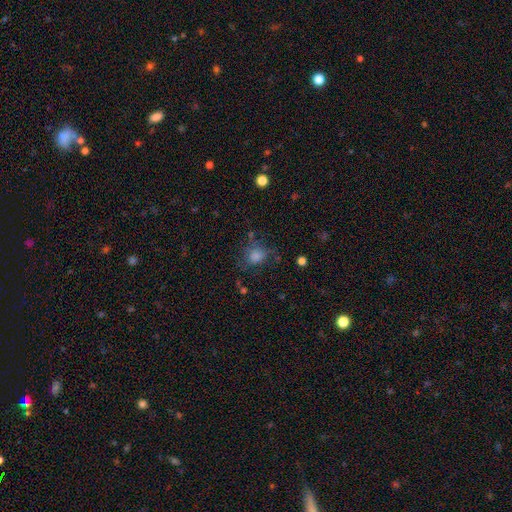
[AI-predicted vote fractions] This appears to be a smooth galaxy with no disk features (67%) that is round (66%). Merging: none (60%).